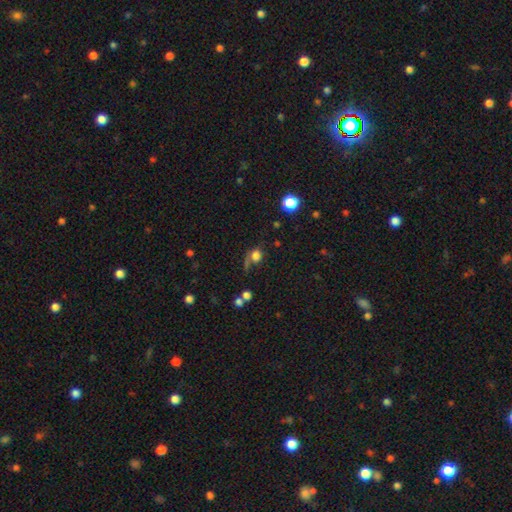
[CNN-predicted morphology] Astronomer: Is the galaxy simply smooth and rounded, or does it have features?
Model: smooth — 70%.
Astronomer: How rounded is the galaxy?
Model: round — 59% (runner-up: in between, 38%).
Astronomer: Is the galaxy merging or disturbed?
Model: none — 44% (runner-up: major disturbance, 21%).